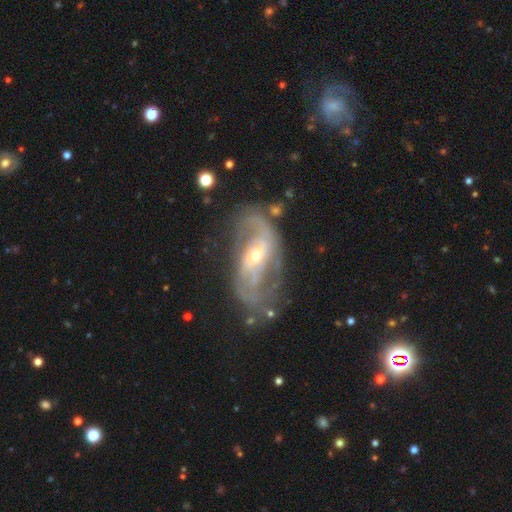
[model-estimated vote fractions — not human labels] This is clearly a featured or disk galaxy (86%). It is clearly not viewed edge-on (95%). Bar: marginally no (40%). Spiral arm pattern: clearly yes (91%). Spiral arm count: likely 2 (78%). Spiral winding: possibly medium (45%). Central bulge: likely small (63%). Merging: possibly none (59%).